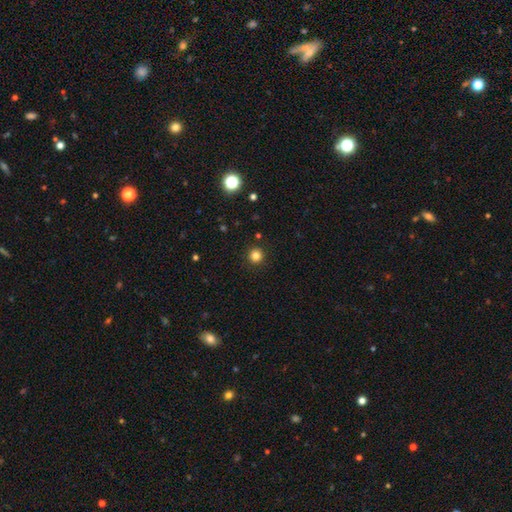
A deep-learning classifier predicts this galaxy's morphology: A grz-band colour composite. It shows a smooth galaxy with no disk features (82%) that is round (96%). Merging: none (92%).